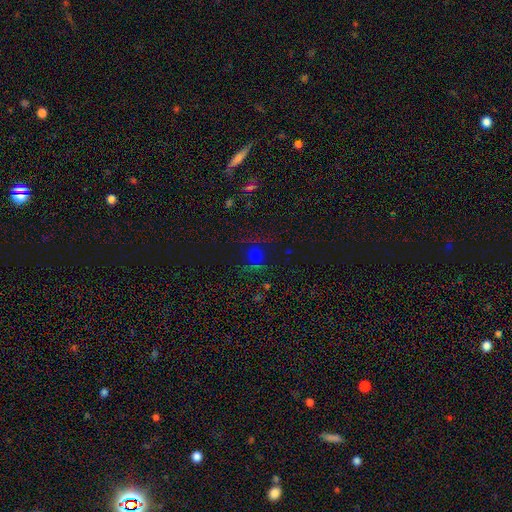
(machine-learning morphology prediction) star or artifact 47%, smooth 42%, featured or disk 11%.